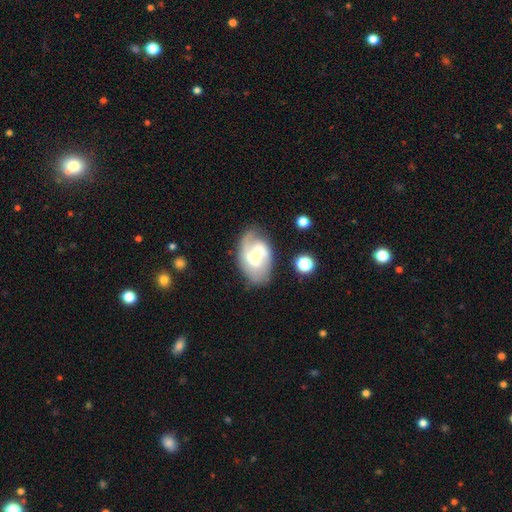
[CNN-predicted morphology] A featured or disk galaxy (76%) with no bar (51%), 2 (67%) medium (48%) spiral arms (91%) and a small central bulge (50%). Merging: none (67%).